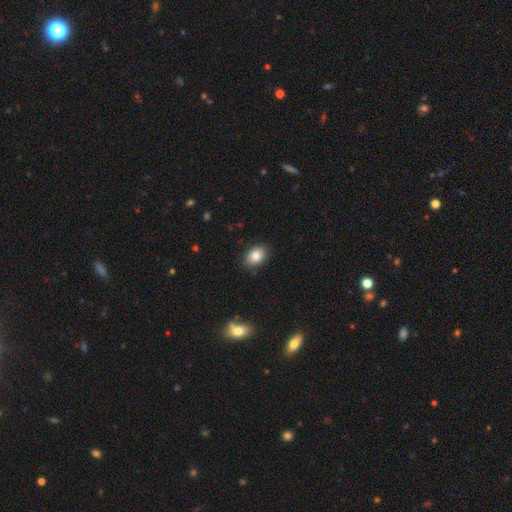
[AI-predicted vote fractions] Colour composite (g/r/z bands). It shows a smooth galaxy with no disk features (84%) that is in between round and cigar-shaped (74%). Merging: none (87%).